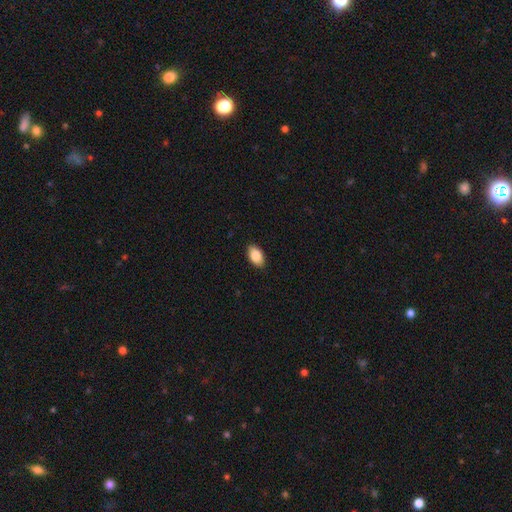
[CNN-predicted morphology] Overall: smooth (85%). How rounded: in between (93%). Merging: none (89%).